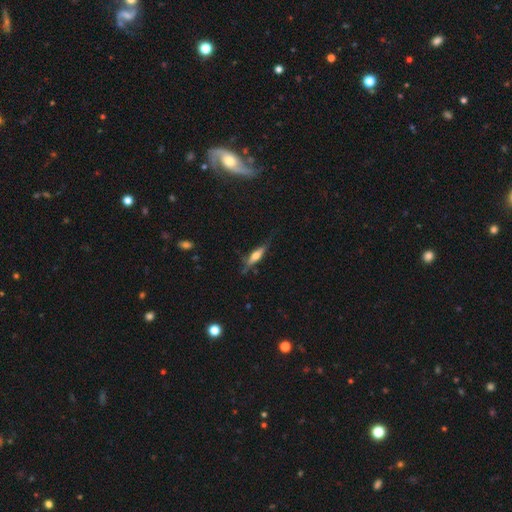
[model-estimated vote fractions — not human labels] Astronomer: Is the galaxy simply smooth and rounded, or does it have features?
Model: featured or disk — 50% (runner-up: smooth, 43%).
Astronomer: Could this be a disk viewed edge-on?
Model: yes — 90%.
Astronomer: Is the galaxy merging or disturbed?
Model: none — 68%.